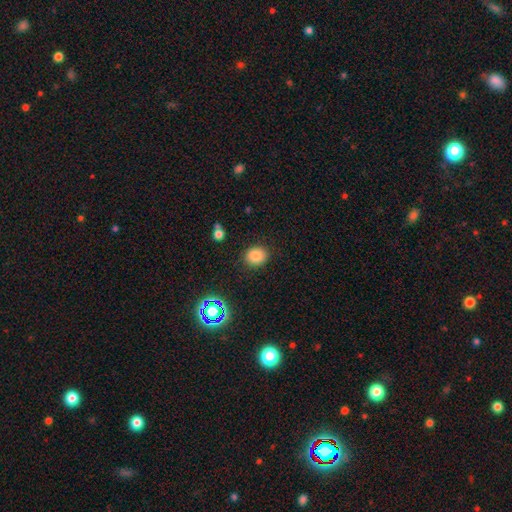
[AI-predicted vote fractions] smooth_or_featured: smooth (p=0.82) [alt: star or artifact p=0.13]
how_rounded: round (p=0.62) [alt: in between p=0.37]
merging: none (p=0.88) [alt: minor disturbance p=0.08]